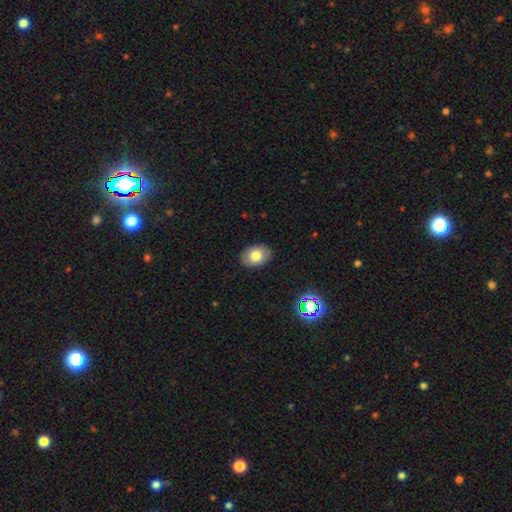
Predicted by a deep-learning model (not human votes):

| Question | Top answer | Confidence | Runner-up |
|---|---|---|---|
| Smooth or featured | smooth | 78% | featured or disk (13%) |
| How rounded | in between | 80% | round (19%) |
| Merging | none | 88% | minor disturbance (9%) |